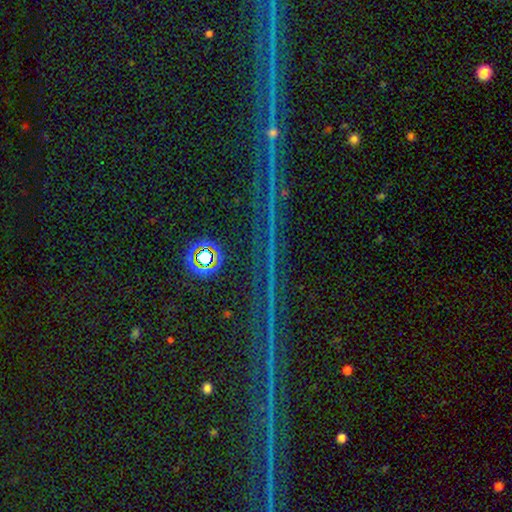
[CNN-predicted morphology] The model was most divided on "smooth or featured": star or artifact: 85%, featured or disk: 8%, smooth: 7%.